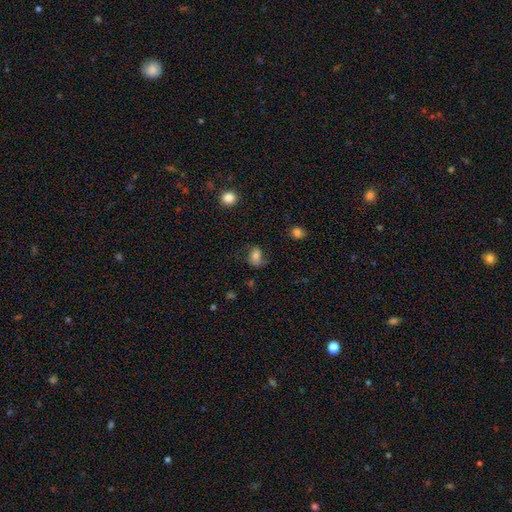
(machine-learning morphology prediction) Overall: smooth (61%; featured or disk 28%). How rounded: in between (67%; round 31%). Merging: none (60%; minor disturbance 24%).